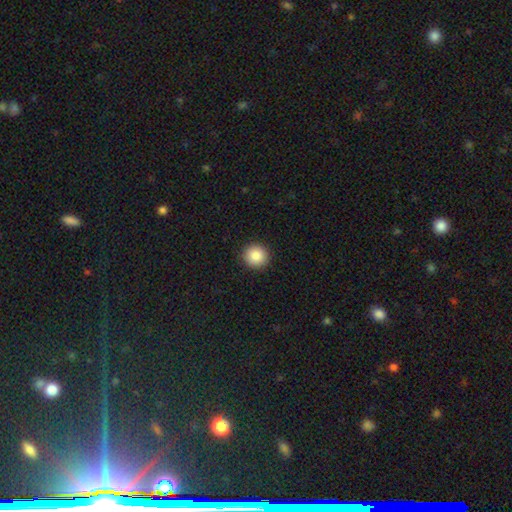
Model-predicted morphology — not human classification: Overall: smooth (88%). How rounded: round (95%). Merging: none (93%).